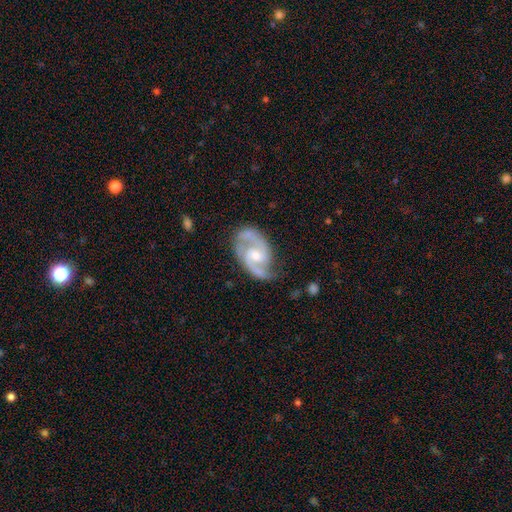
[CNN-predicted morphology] Q: Smooth or featured?
A: featured or disk (91%); runner-up: smooth (5%)
Q: Edge-on disk?
A: no (98%); runner-up: yes (2%)
Q: Bar?
A: weak (46%); runner-up: no (44%)
Q: Spiral arms?
A: yes (98%); runner-up: no (2%)
Q: Spiral winding?
A: medium (62%); runner-up: tight (24%)
Q: Spiral arm count?
A: 2 (90%); runner-up: 3 (4%)
Q: Bulge size?
A: moderate (49%); runner-up: small (44%)
Q: Merging?
A: none (73%); runner-up: minor disturbance (19%)